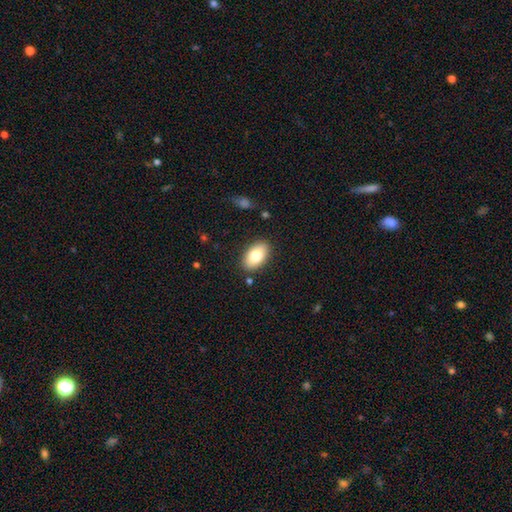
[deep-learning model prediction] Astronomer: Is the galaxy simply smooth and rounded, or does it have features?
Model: smooth — 78%.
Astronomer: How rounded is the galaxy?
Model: in between — 93%.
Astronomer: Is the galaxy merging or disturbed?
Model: none — 86%.